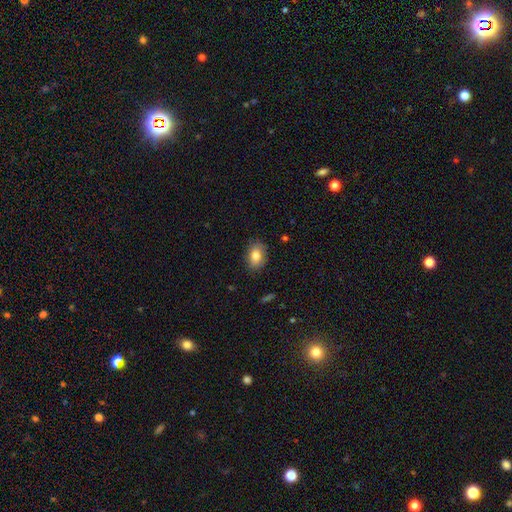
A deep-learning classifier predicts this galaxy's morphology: type=smooth (82%); roundness=in between (79%); merging=none (83%).